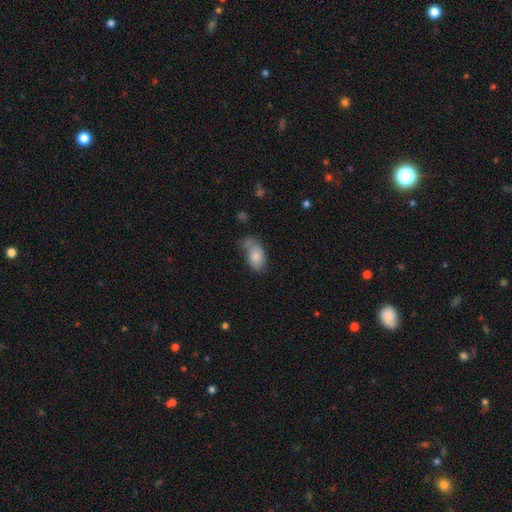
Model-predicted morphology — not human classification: type=smooth (79%); roundness=in between (92%); merging=none (45%).